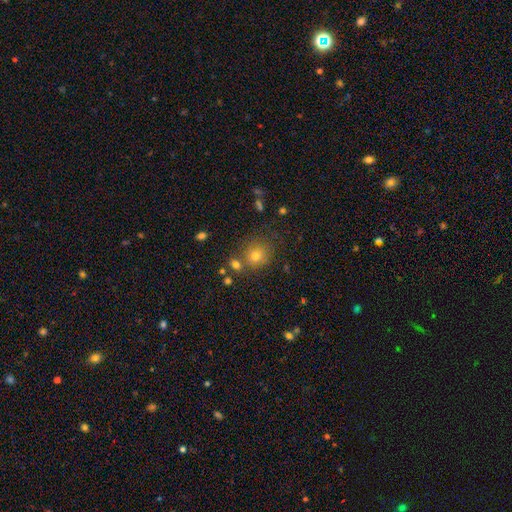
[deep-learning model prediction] smooth 71%, star or artifact 19%, featured or disk 10%. Down the decision tree: how rounded — round (83%); merging — none (72%).